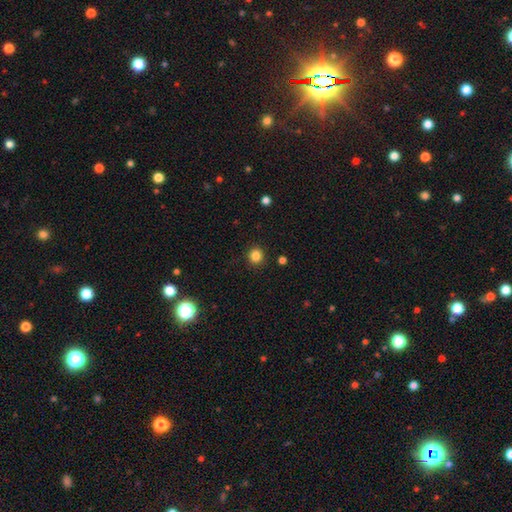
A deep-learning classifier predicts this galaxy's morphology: Overall: smooth (84%). How rounded: round (91%). Merging: none (91%).